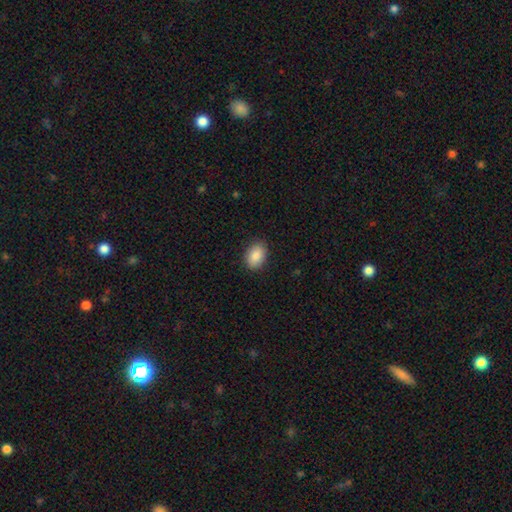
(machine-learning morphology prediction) The model was most divided on "how rounded": in between: 84%, round: 15%, cigar-shaped: 1%. More confident: smooth or featured — smooth (88%); merging — none (87%).